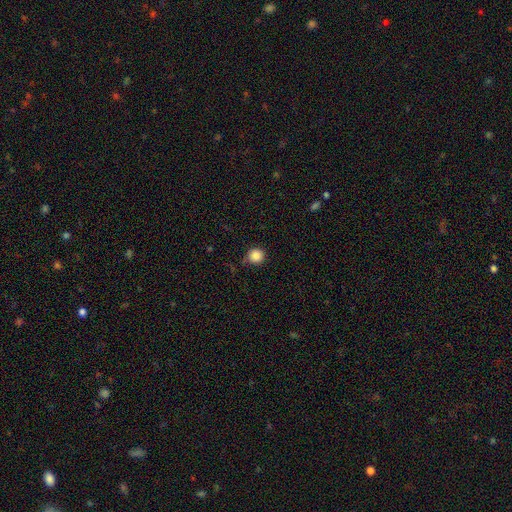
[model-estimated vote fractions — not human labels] Overall: smooth (87%). How rounded: round (94%). Merging: none (79%).